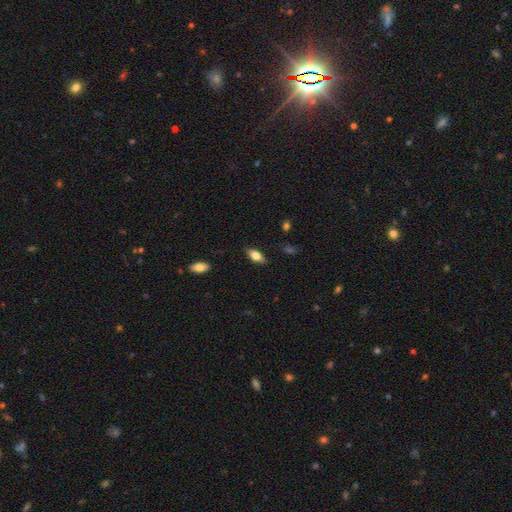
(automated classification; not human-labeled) smooth_or_featured: smooth (p=0.68) [alt: featured or disk p=0.24]
how_rounded: in between (p=0.82) [alt: cigar-shaped p=0.15]
merging: none (p=0.84) [alt: minor disturbance p=0.12]